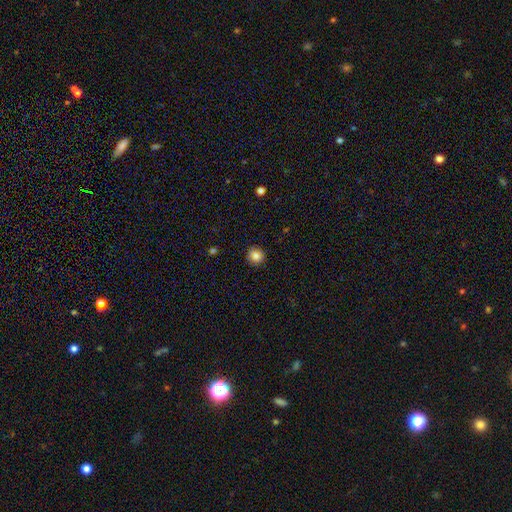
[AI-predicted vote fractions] Smooth or featured? smooth (83%)
How rounded? round (93%)
Merging? none (90%)